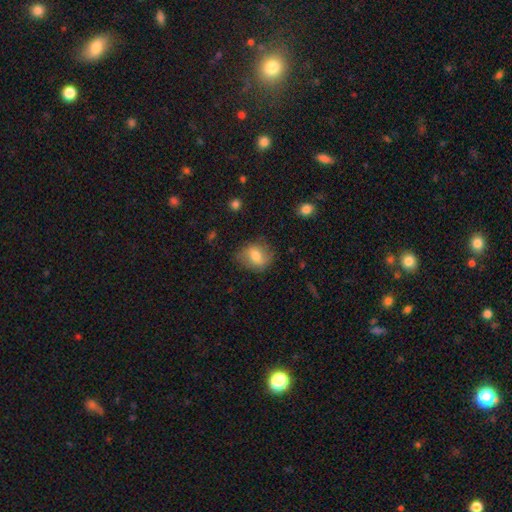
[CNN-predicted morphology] Overall: smooth (70%). How rounded: in between (53%; round 45%). Merging: none (73%).